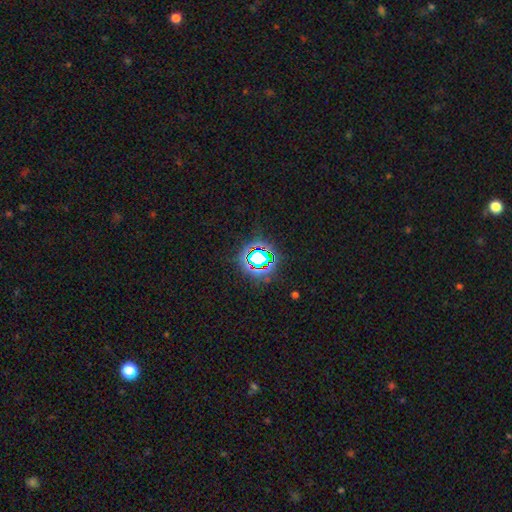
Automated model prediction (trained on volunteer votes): smooth-or-featured: star or artifact: 67% | smooth: 21% | featured or disk: 12%